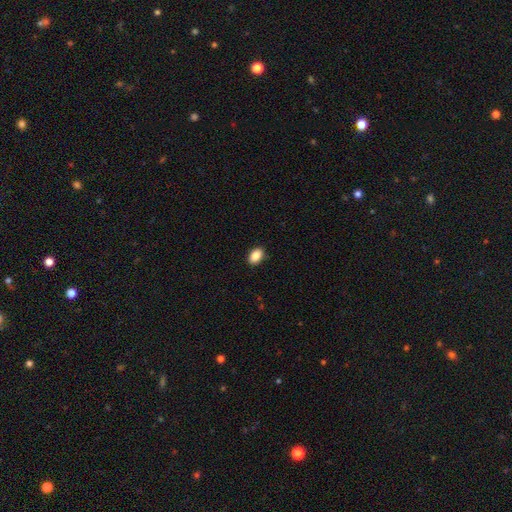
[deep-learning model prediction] A smooth galaxy with no disk features (87%) that is in between round and cigar-shaped (87%).

Vote fractions:
- Smooth or featured? smooth: 87% / star or artifact: 8% / featured or disk: 5%
- How rounded? in between: 87% / round: 12% / cigar-shaped: 1%
- Merging? none: 89% / minor disturbance: 8% / major disturbance: 2% / merger: 1%